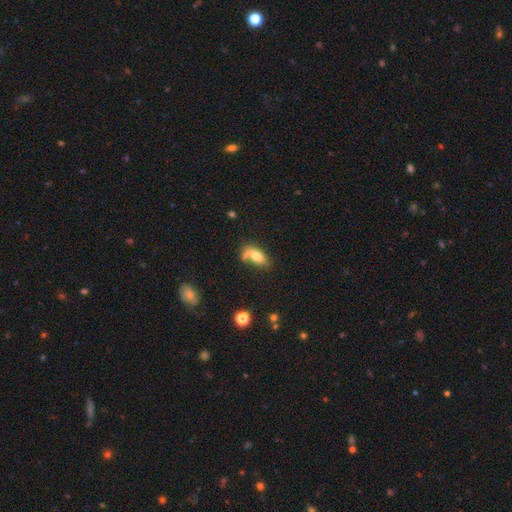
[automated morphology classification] This is likely a smooth galaxy (69%). How rounded: clearly in between (82%). Merging: marginally none (43%).